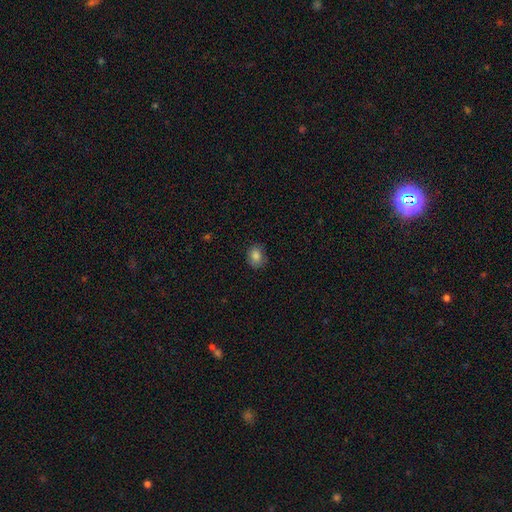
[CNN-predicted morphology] Smooth or featured? smooth (83%)
How rounded? round (50%)
Merging? none (81%)